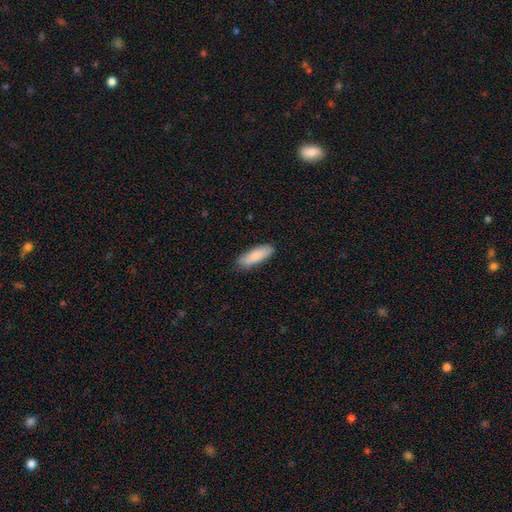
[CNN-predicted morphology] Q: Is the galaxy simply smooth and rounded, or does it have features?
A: smooth — 85%.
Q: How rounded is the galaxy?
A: in between — 50%.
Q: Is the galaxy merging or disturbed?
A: none — 84%.